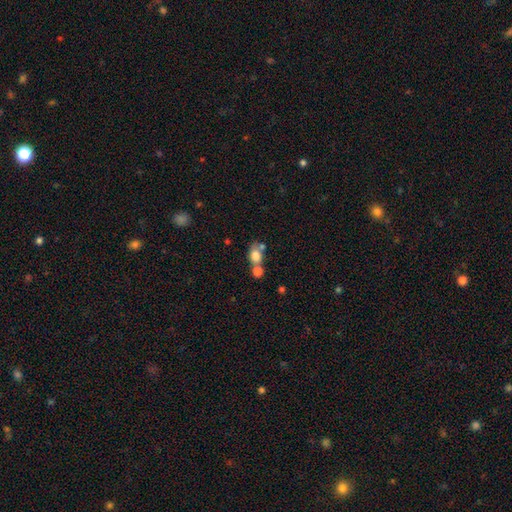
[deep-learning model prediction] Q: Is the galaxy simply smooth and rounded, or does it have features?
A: smooth — 77%.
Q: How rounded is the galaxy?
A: in between — 55%.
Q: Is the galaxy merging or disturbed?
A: merger — 50%.